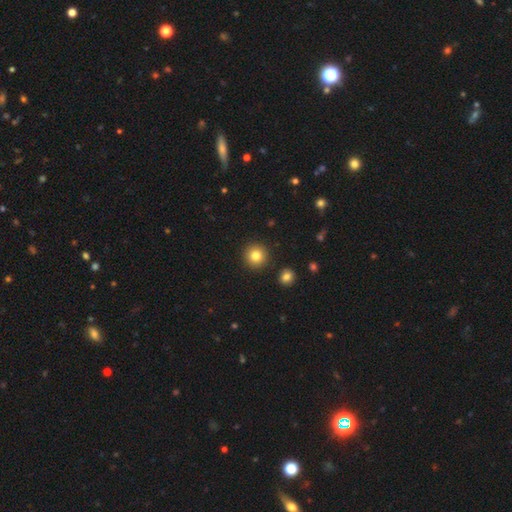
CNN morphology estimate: smooth_or_featured: smooth (p=0.83) [alt: star or artifact p=0.11]
how_rounded: round (p=0.95) [alt: in between p=0.04]
merging: none (p=0.91) [alt: minor disturbance p=0.05]